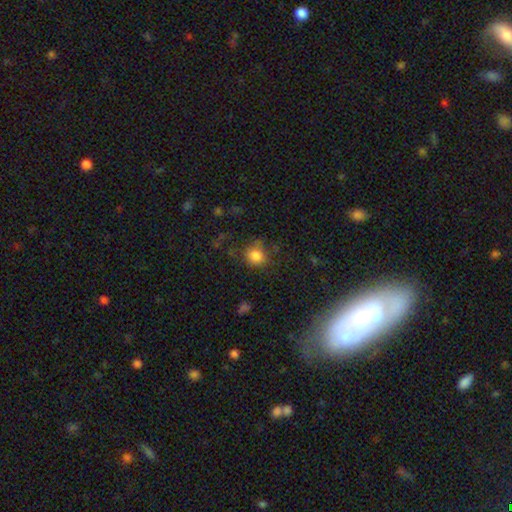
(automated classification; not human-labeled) Smooth or featured? smooth (82%)
How rounded? round (78%)
Merging? none (69%)